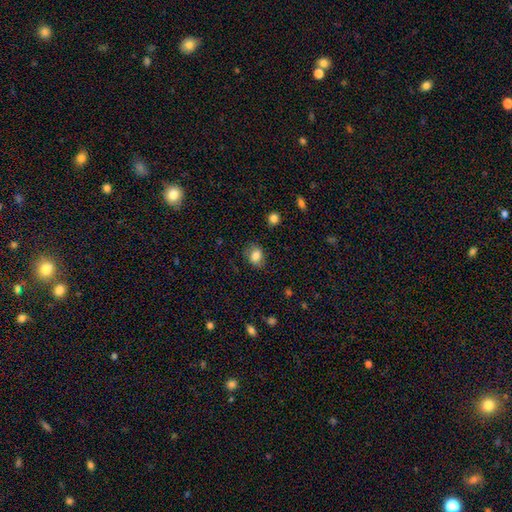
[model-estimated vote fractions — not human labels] smooth_or_featured: smooth (p=0.80) [alt: featured or disk p=0.10]
how_rounded: in between (p=0.60) [alt: round p=0.39]
merging: none (p=0.72) [alt: minor disturbance p=0.20]